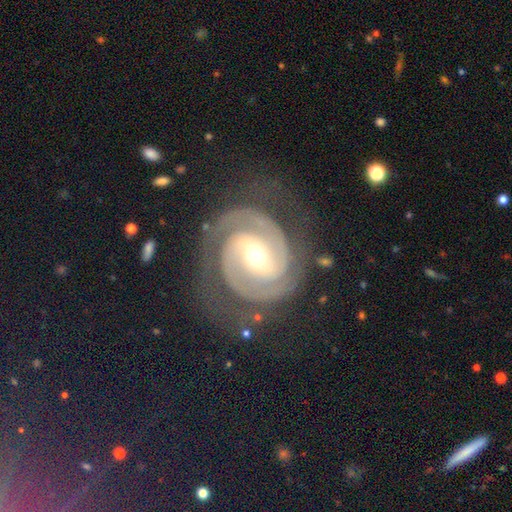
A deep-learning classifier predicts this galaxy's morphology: Smooth or featured: featured or disk — 93% (star or artifact — 4%)
Edge-on disk: no — 98% (yes — 2%)
Bar: weak — 38% (strong — 34%)
Spiral arms: yes — 99% (no — 1%)
Spiral winding: tight — 69% (medium — 28%)
Spiral arm count: 2 — 88% (3 — 5%)
Bulge size: moderate — 53% (small — 42%)
Merging: none — 77% (minor disturbance — 14%)